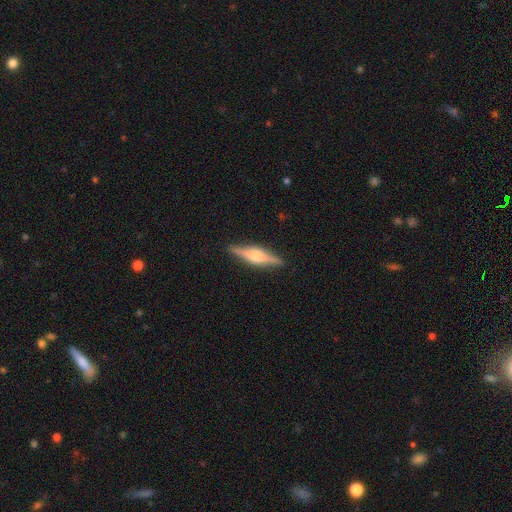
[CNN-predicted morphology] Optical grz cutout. It shows a featured or disk galaxy (68%) viewed edge-on (97%) with a rounded central bulge (83%). Merging: none (89%).